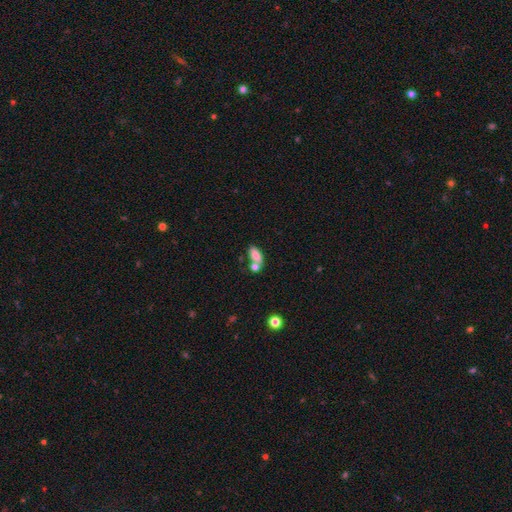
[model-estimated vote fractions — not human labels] This is likely a smooth galaxy (80%). How rounded: clearly in between (88%). Merging: marginally none (41%).